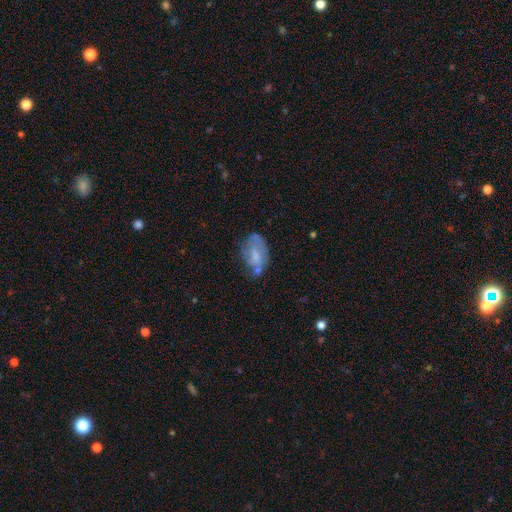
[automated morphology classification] type=smooth (47%); merging=none (40%).